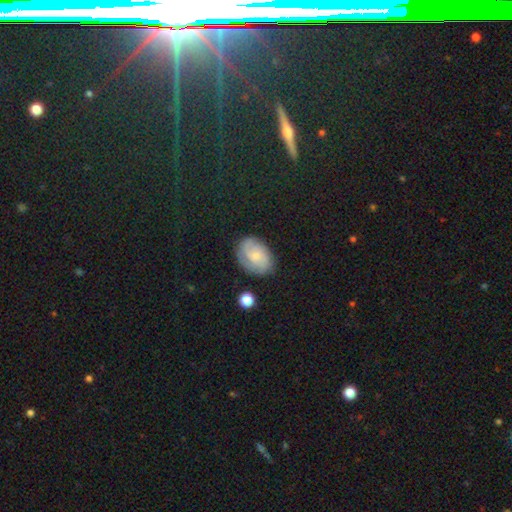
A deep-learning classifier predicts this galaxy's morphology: smooth_or_featured: featured or disk (p=0.56) [alt: smooth p=0.35]
disk_edge_on: no (p=0.97) [alt: yes p=0.03]
bar: no (p=0.67) [alt: weak p=0.29]
has_spiral_arms: yes (p=0.90) [alt: no p=0.10]
bulge_size: small (p=0.62) [alt: moderate p=0.28]
merging: none (p=0.77) [alt: minor disturbance p=0.17]